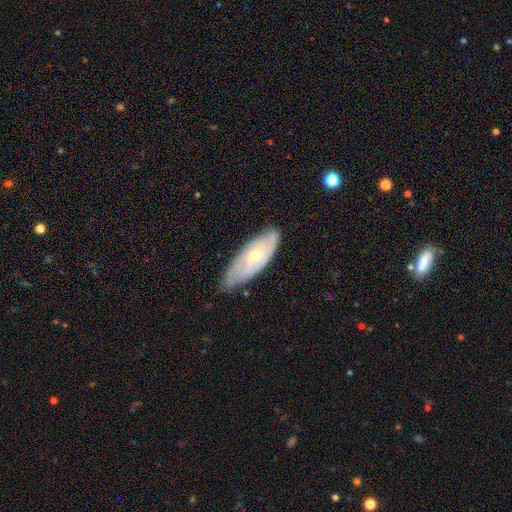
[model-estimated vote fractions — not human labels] Smooth or featured? featured or disk (70%)
Edge-on disk? no (83%)
Bar? no (74%)
Spiral arms? yes (82%)
Bulge size? small (52%)
Merging? none (71%)